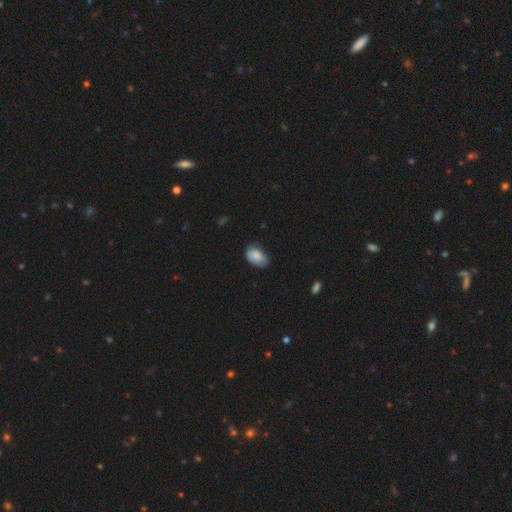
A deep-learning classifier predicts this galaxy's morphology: Overall: smooth (86%). How rounded: in between (89%). Merging: none (68%).